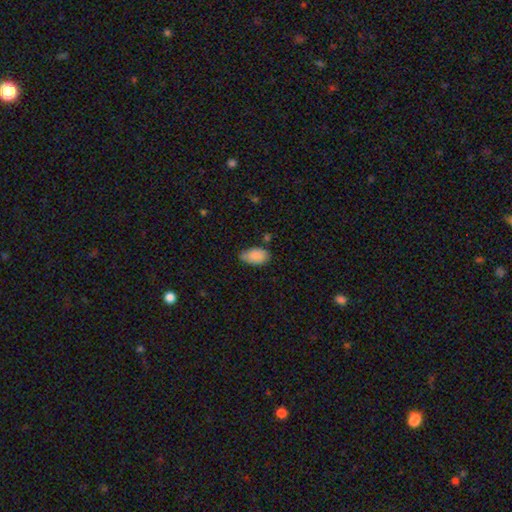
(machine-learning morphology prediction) Smooth or featured: smooth — 83% (featured or disk — 11%)
How rounded: in between — 94% (round — 4%)
Merging: none — 66% (minor disturbance — 27%)